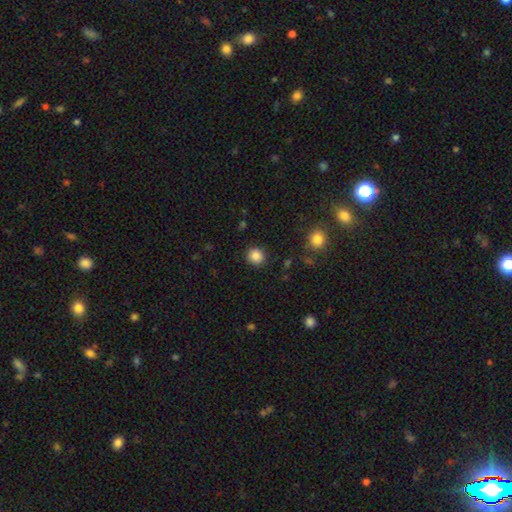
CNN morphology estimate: Q: Smooth or featured?
A: smooth (87%); runner-up: star or artifact (10%)
Q: How rounded?
A: round (89%); runner-up: in between (10%)
Q: Merging?
A: none (90%); runner-up: minor disturbance (6%)